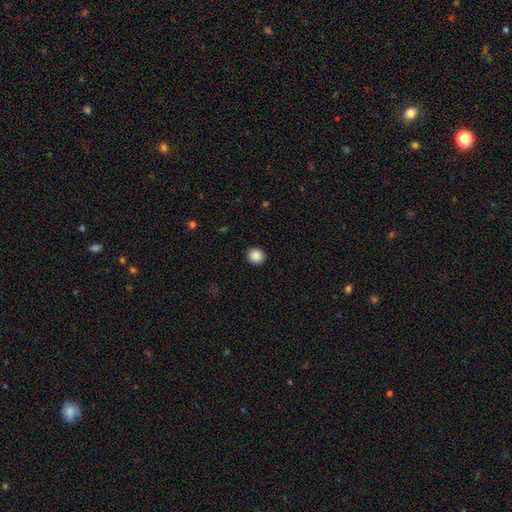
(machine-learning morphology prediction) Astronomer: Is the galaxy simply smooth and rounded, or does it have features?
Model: smooth — 89%.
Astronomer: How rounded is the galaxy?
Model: round — 79%.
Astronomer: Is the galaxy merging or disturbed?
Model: none — 91%.